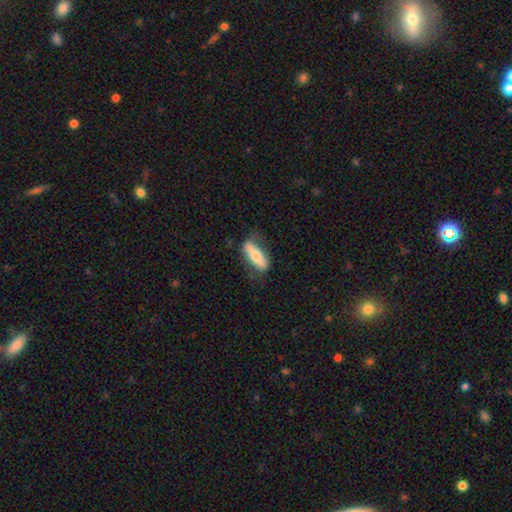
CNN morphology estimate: A smooth galaxy with no disk features (61%) that is in between round and cigar-shaped (53%).

Vote fractions:
- Smooth or featured? smooth: 61% / featured or disk: 34% / star or artifact: 6%
- How rounded? in between: 53% / cigar-shaped: 44% / round: 2%
- Merging? none: 70% / minor disturbance: 22% / major disturbance: 7% / merger: 2%